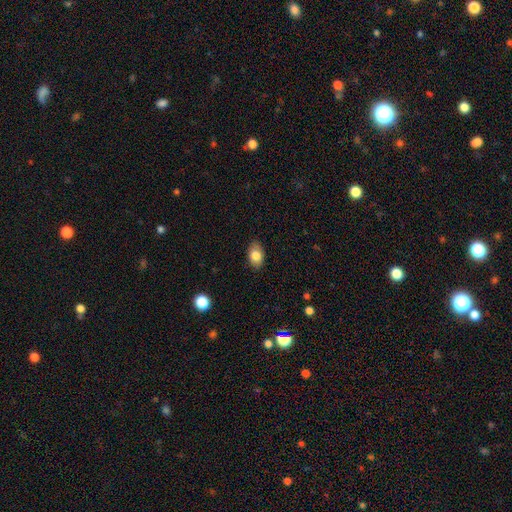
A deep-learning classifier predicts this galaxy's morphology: smooth 81%, featured or disk 10%, star or artifact 8%. Down the decision tree: how rounded — in between (85%); merging — none (84%).